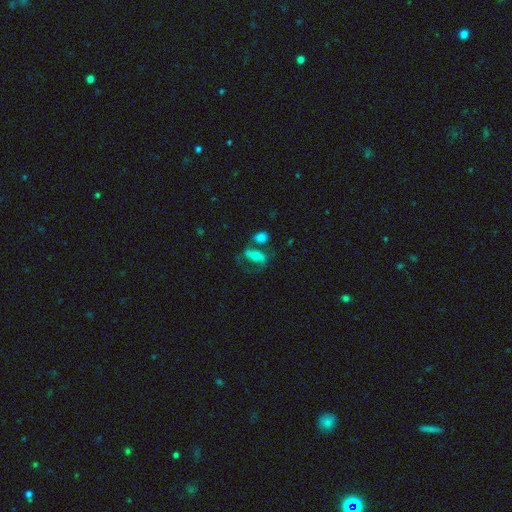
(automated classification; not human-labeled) smooth-or-featured: featured or disk: 48% | smooth: 43% | star or artifact: 10%
  merging: none: 40% | merger: 27% | minor disturbance: 17% | major disturbance: 16%